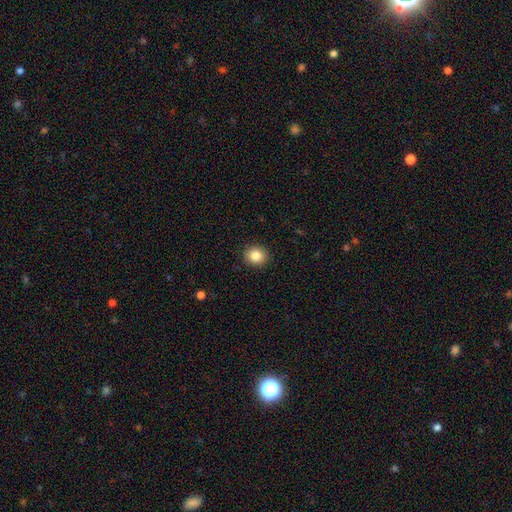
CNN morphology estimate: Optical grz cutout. It shows a smooth galaxy with no disk features (85%) that is round (81%). Merging: none (91%).